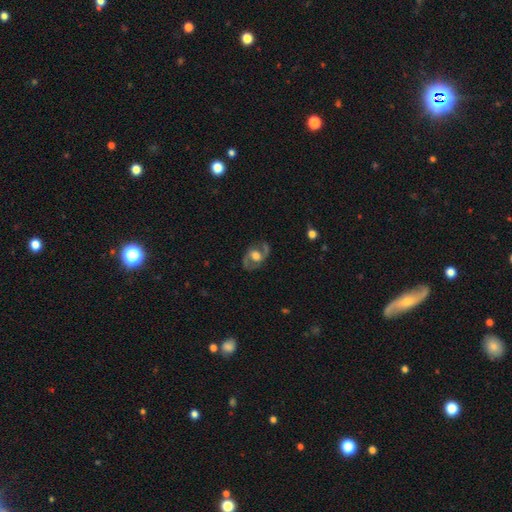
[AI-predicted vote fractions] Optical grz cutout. It shows a featured or disk galaxy (75%) with no bar (53%), 2 (88%) medium (52%) spiral arms (82%) and a large central bulge (45%). Merging: none (73%).